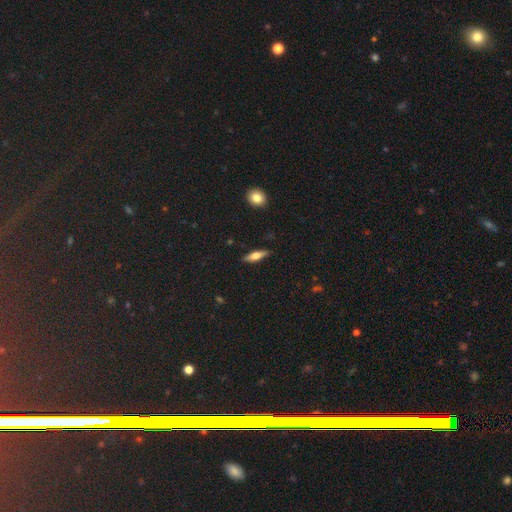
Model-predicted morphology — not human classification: Smooth or featured: smooth — 53% (featured or disk — 40%)
How rounded: cigar-shaped — 59% (in between — 37%)
Merging: none — 87% (minor disturbance — 9%)